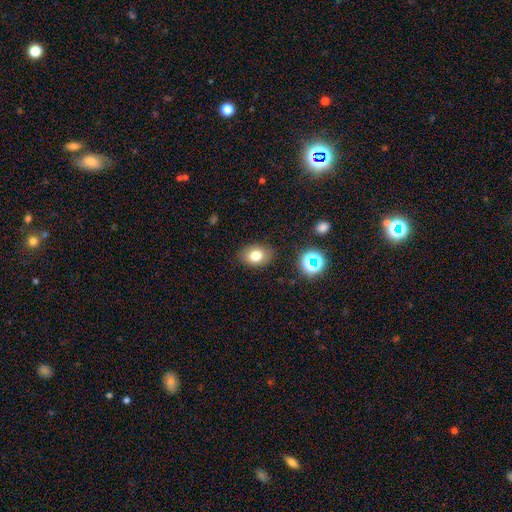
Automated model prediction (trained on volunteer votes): smooth 77%, star or artifact 12%, featured or disk 11%. Down the decision tree: how rounded — in between (73%); merging — none (85%).